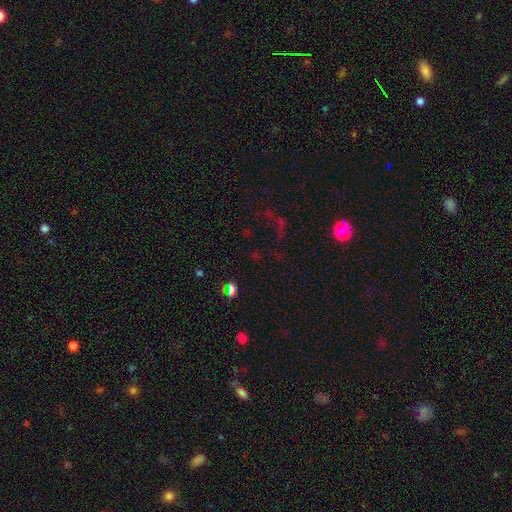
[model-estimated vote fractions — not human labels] A star or artifact, not a galaxy (68%).

Vote fractions:
- Smooth or featured? star or artifact: 68% / smooth: 23% / featured or disk: 9%